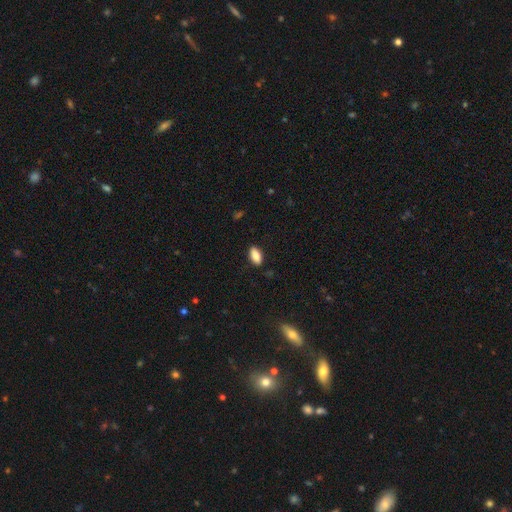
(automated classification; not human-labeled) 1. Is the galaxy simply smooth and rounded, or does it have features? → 83% smooth, 9% featured or disk, 7% star or artifact.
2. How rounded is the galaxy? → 88% in between, 9% cigar-shaped, 3% round.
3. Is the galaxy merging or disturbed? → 86% none, 11% minor disturbance, 2% major disturbance, 1% merger.